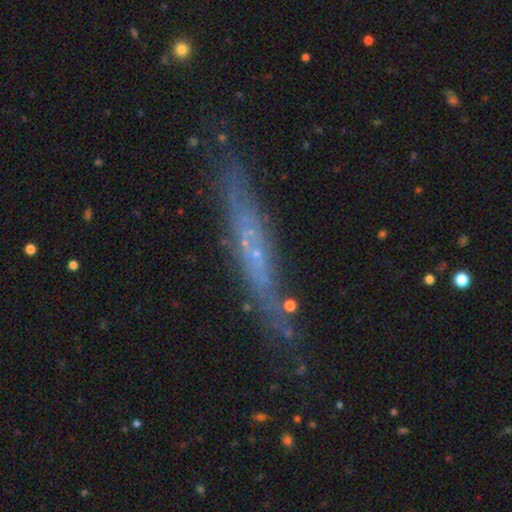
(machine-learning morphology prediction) smooth-or-featured: featured or disk: 58% | smooth: 30% | star or artifact: 12%
  disk-edge-on: yes: 81% | no: 19%
  merging: none: 80% | minor disturbance: 14% | major disturbance: 4% | merger: 2%